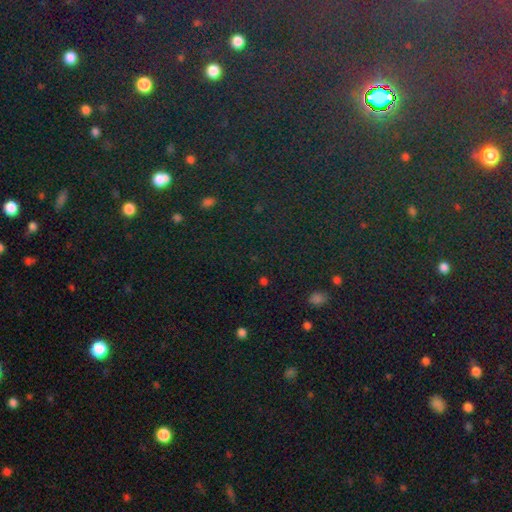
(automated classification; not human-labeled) Overall: star or artifact (77%).